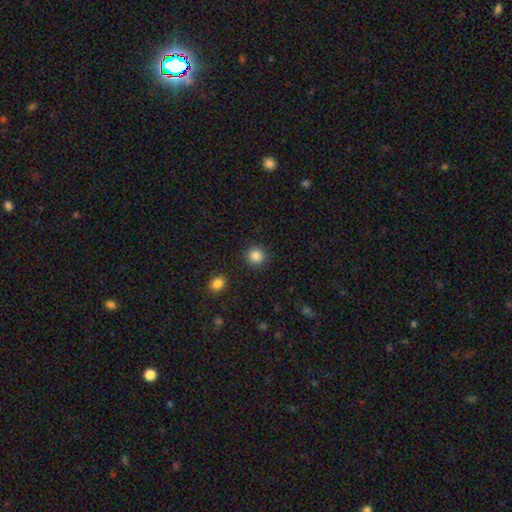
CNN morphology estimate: type=smooth (86%); roundness=round (93%); merging=none (90%).